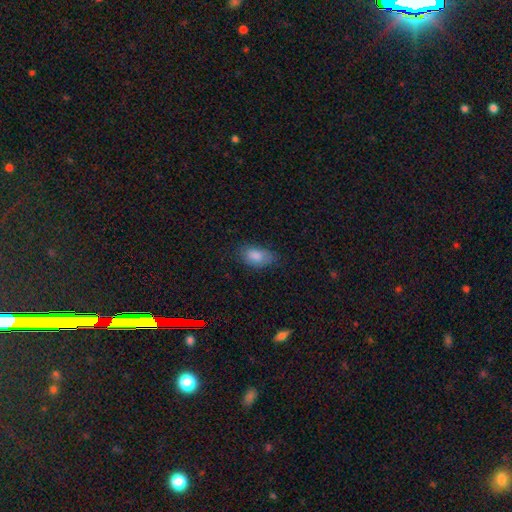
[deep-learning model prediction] This appears to be a smooth galaxy with no disk features (83%) that is in between round and cigar-shaped (90%). Merging: none (72%).